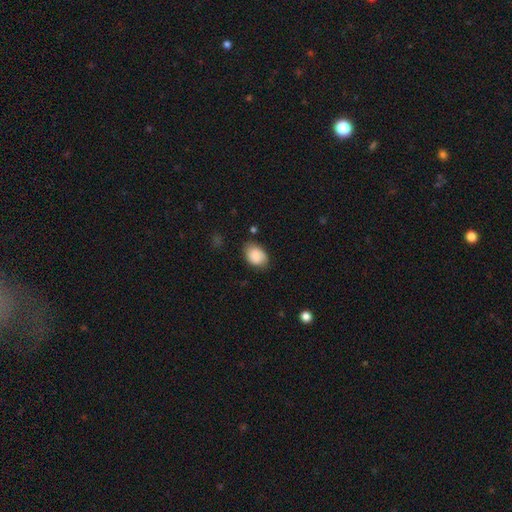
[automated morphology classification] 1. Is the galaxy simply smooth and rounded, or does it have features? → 84% smooth, 9% featured or disk, 7% star or artifact.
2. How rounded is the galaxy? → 79% in between, 20% round, 1% cigar-shaped.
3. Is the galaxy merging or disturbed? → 73% none, 21% minor disturbance, 4% major disturbance, 2% merger.